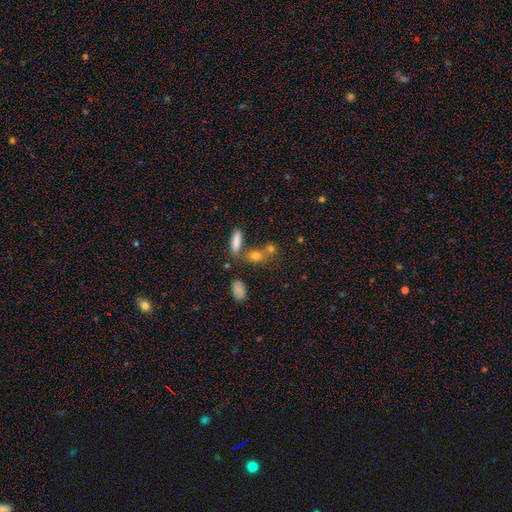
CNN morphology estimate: Overall: smooth (74%). How rounded: in between (54%; round 28%). Merging: none (54%; merger 28%).